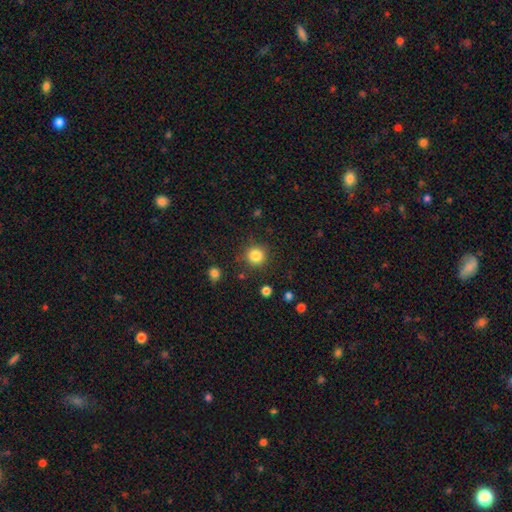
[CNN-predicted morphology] Overall: smooth (84%). How rounded: round (94%). Merging: none (88%).